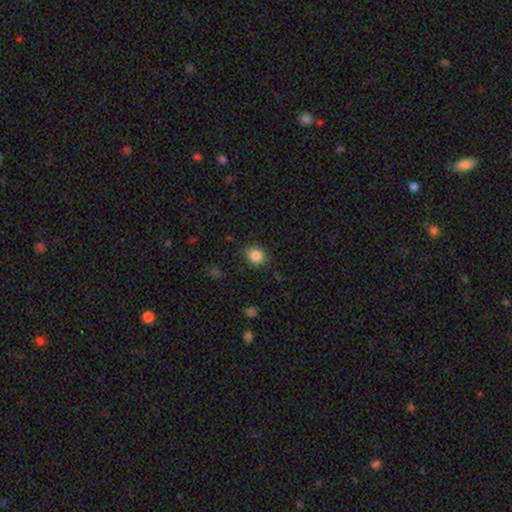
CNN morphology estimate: Smooth or featured? Predicted: smooth (p=0.85). How rounded? Predicted: round (p=0.80). Merging? Predicted: none (p=0.86).